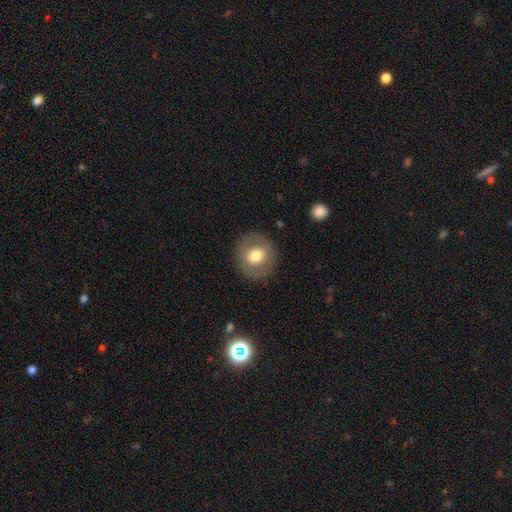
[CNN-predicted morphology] This is likely a smooth galaxy (60%). How rounded: clearly round (86%). Merging: clearly none (86%).